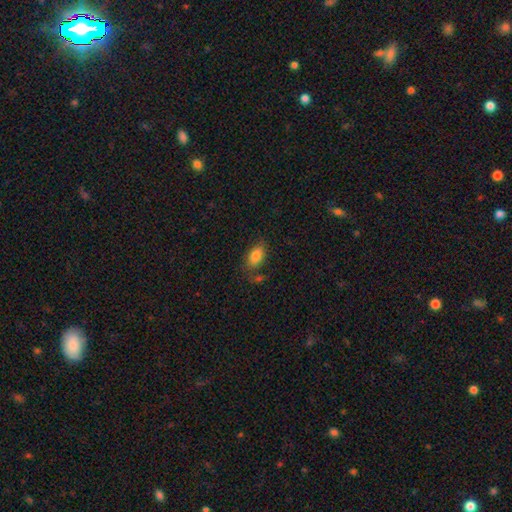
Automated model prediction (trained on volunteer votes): The model was most divided on "merging": none: 65%, minor disturbance: 18%, merger: 10%, major disturbance: 7%. More confident: how rounded — in between (91%); smooth or featured — smooth (81%).